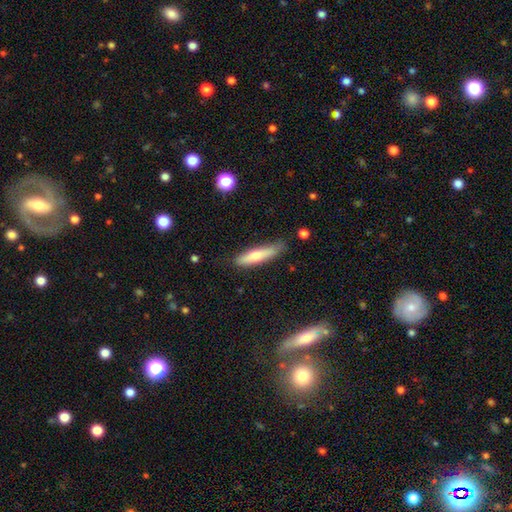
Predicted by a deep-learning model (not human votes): Overall: smooth (59%; featured or disk 35%). How rounded: cigar-shaped (80%). Merging: none (79%).